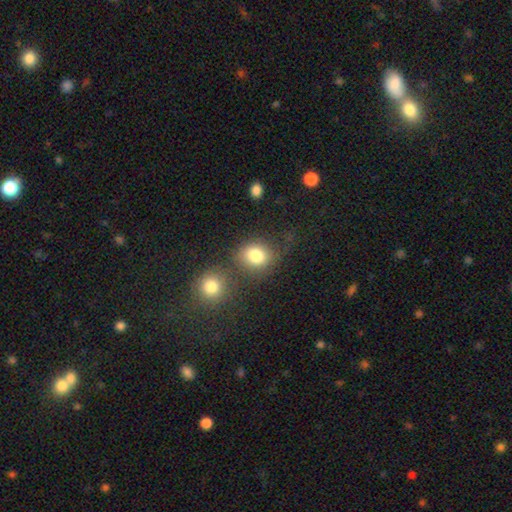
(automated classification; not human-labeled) Morphology: type=smooth (82%); roundness=round (69%); merging=none (60%).